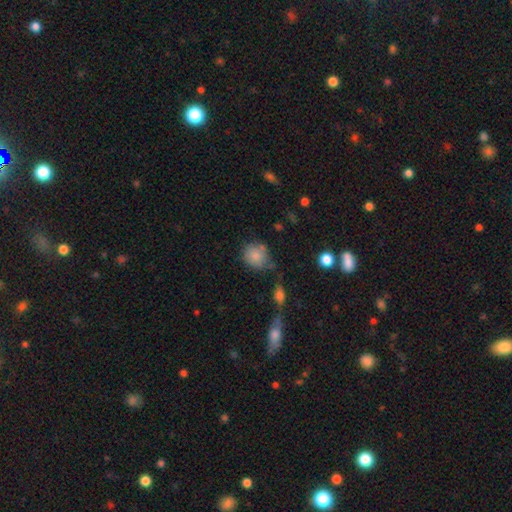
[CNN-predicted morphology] smooth_or_featured: smooth (p=0.83) [alt: star or artifact p=0.09]
how_rounded: round (p=0.73) [alt: in between p=0.26]
merging: none (p=0.60) [alt: minor disturbance p=0.23]